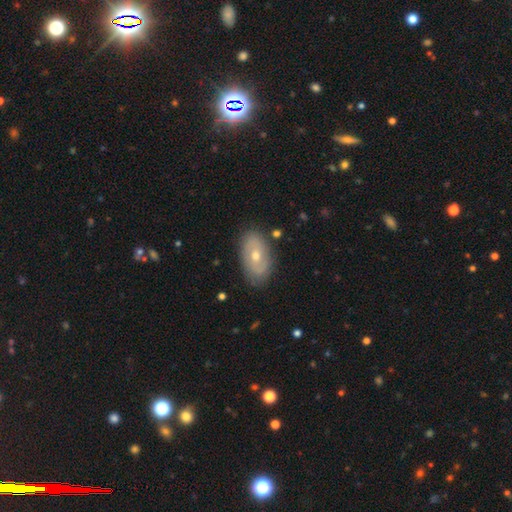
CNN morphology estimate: A featured or disk galaxy (54%).

Vote fractions:
- Smooth or featured? featured or disk: 54% / smooth: 38% / star or artifact: 8%
- Edge-on disk? no: 90% / yes: 10%
- Merging? none: 83% / minor disturbance: 13% / major disturbance: 3% / merger: 2%